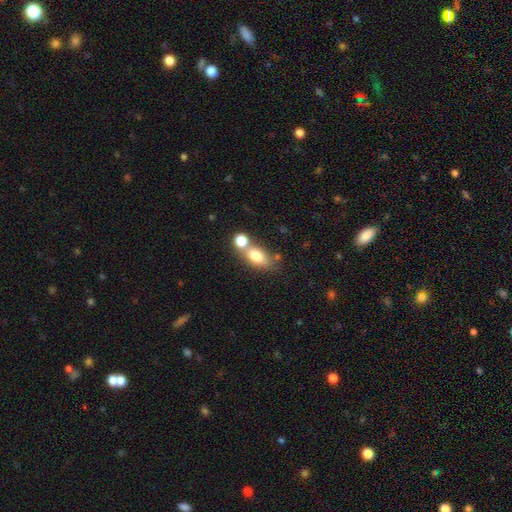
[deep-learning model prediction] smooth-or-featured: smooth: 76% | featured or disk: 15% | star or artifact: 10%
  how-rounded: in between: 76% | round: 18% | cigar-shaped: 6%
  merging: merger: 42% (tied) | none: 42% (tied) | minor disturbance: 11% | major disturbance: 5%